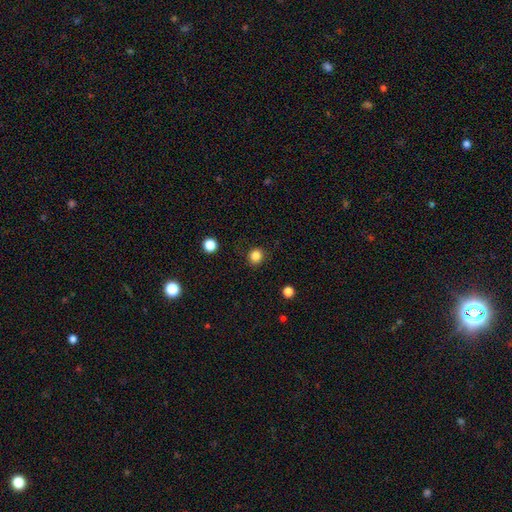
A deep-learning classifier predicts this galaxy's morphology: This is clearly a smooth galaxy (84%). How rounded: clearly round (82%). Merging: clearly none (86%).